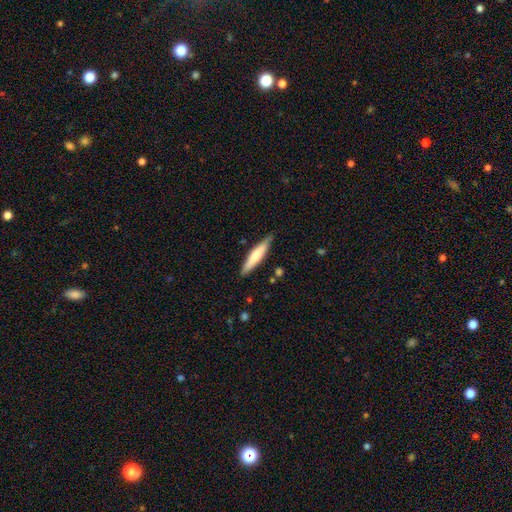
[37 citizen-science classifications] A smooth galaxy with no disk features (76%) that is cigar-shaped (71%). Merging: none (80%).